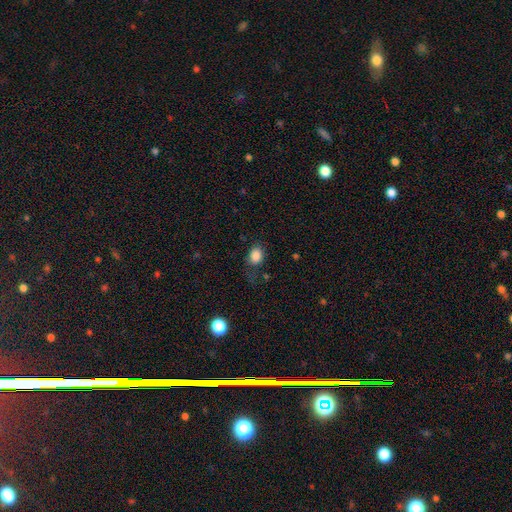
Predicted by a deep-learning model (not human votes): smooth 85%, star or artifact 10%, featured or disk 5%. Down the decision tree: how rounded — in between (62%); merging — none (67%).